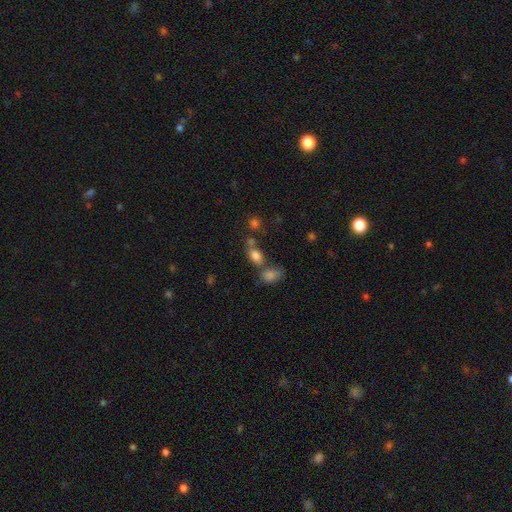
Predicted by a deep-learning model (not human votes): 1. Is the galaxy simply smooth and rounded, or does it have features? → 78% smooth, 12% star or artifact, 10% featured or disk.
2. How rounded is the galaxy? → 80% in between, 16% round, 4% cigar-shaped.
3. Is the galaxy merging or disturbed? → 47% none, 34% merger, 13% minor disturbance, 6% major disturbance.